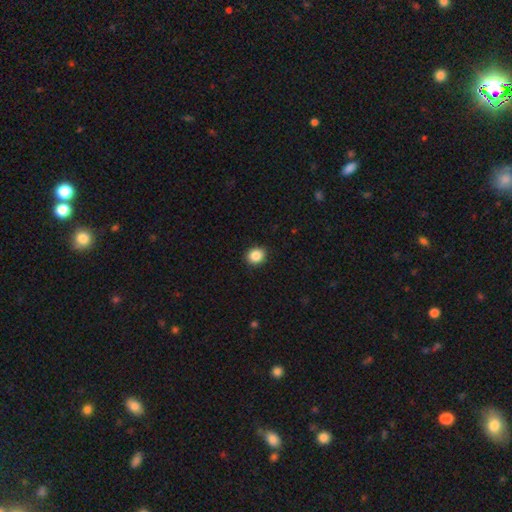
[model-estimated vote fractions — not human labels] Smooth or featured? smooth (87%)
How rounded? round (78%)
Merging? none (91%)